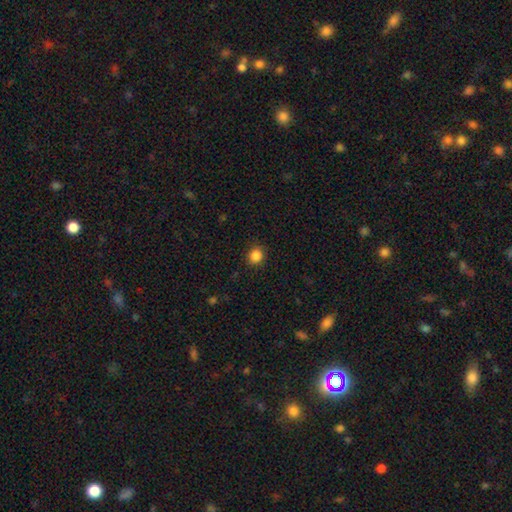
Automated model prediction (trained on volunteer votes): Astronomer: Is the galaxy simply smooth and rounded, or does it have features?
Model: smooth — 86%.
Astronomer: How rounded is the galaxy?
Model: round — 85%.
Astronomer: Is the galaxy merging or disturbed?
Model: none — 88%.